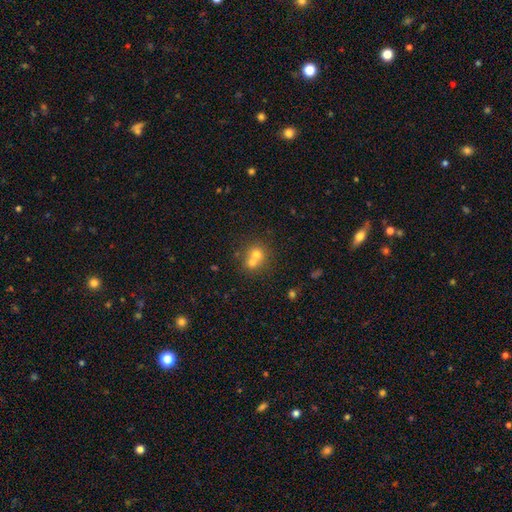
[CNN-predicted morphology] This appears to be a smooth galaxy with no disk features (64%) that is round (80%). Merging: merger (59%).